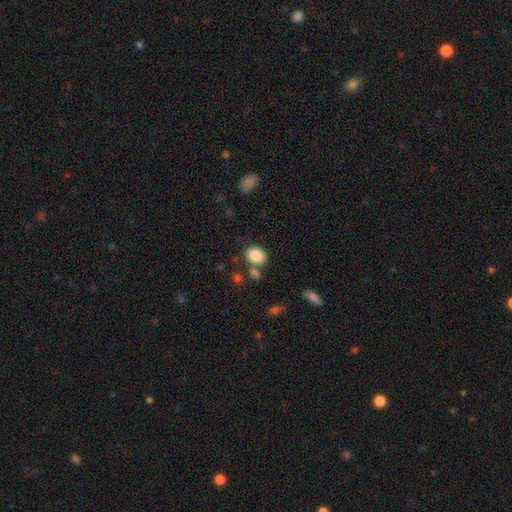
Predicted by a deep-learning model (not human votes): Smooth or featured: smooth — 86% (star or artifact — 9%)
How rounded: in between — 59% (round — 40%)
Merging: none — 68% (merger — 14%)